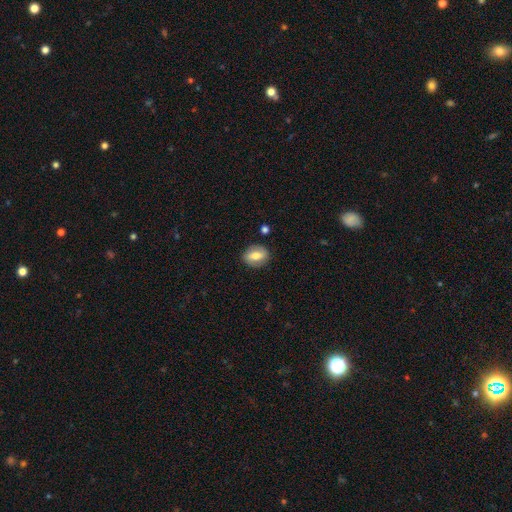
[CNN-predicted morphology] Smooth or featured? Predicted: smooth (p=0.60). How rounded? Predicted: in between (p=0.62). Merging? Predicted: none (p=0.83).